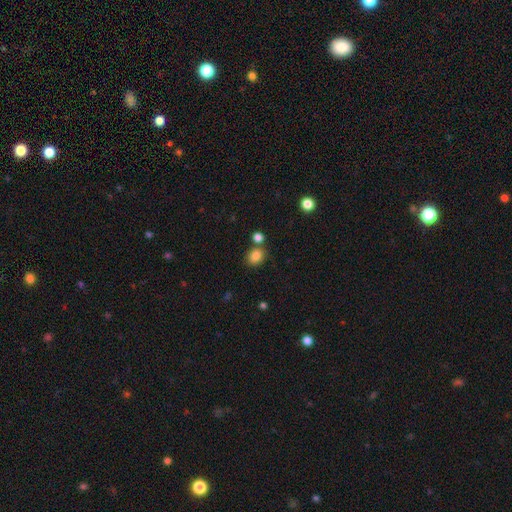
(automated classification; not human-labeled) This appears to be a smooth galaxy with no disk features (84%) that is round (53%). Merging: none (69%).